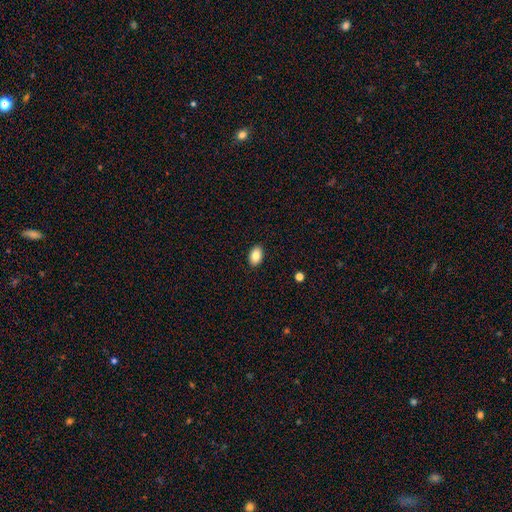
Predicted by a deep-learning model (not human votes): Morphology: type=smooth (85%); roundness=in between (89%); merging=none (90%).